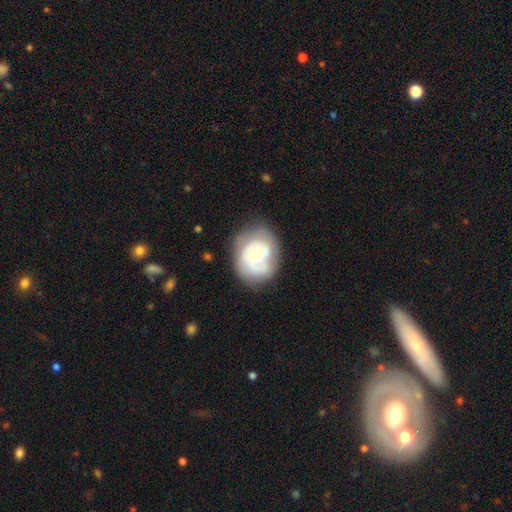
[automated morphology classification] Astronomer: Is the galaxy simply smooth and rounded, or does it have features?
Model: featured or disk — 54% (runner-up: smooth, 39%).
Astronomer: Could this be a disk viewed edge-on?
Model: no — 98%.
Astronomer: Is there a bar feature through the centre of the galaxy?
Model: no — 83%.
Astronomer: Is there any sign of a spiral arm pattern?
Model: yes — 56% (runner-up: no, 44%).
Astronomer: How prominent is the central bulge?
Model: small — 62%.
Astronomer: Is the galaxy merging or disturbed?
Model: none — 58%.